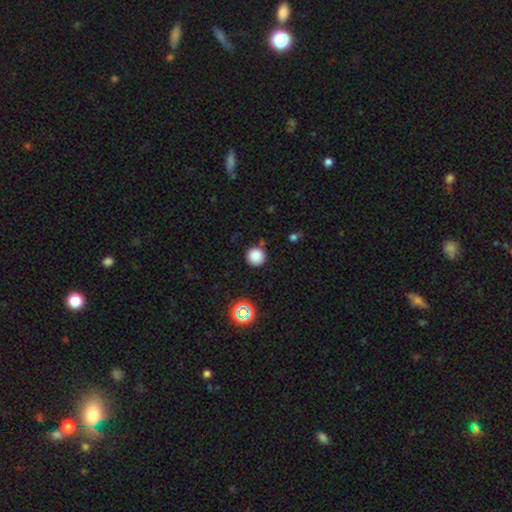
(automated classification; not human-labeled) Morphology: type=smooth (82%); roundness=round (95%); merging=none (86%).